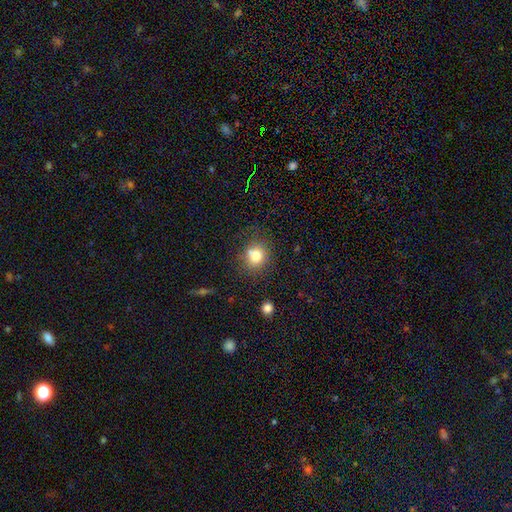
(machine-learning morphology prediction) smooth-or-featured: smooth: 78% | star or artifact: 12% | featured or disk: 10%
  how-rounded: round: 78% | in between: 21% | cigar-shaped: 1%
  merging: none: 69% | minor disturbance: 14% | merger: 13% | major disturbance: 4%